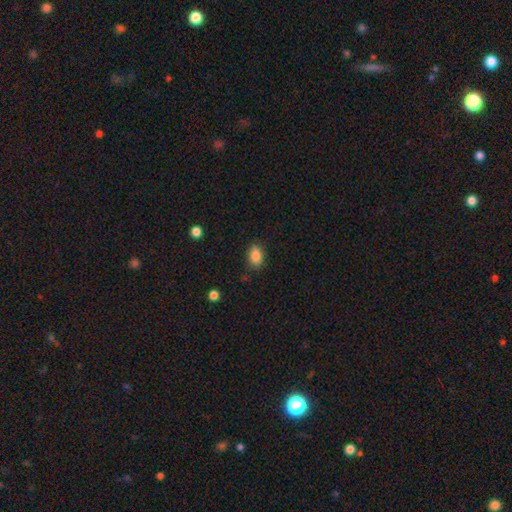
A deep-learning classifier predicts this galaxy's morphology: Smooth or featured: smooth — 86% (star or artifact — 9%)
How rounded: in between — 83% (round — 15%)
Merging: none — 83% (minor disturbance — 12%)